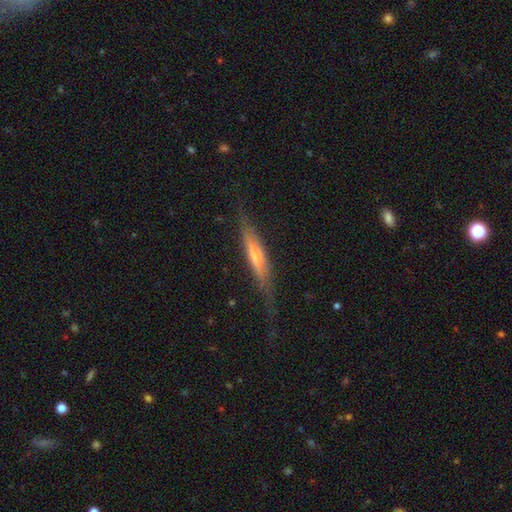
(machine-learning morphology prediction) Smooth or featured: featured or disk — 57% (smooth — 36%)
Edge-on disk: yes — 91% (no — 9%)
Edge-on bulge: rounded — 43% (none — 37%)
Merging: none — 69% (minor disturbance — 20%)